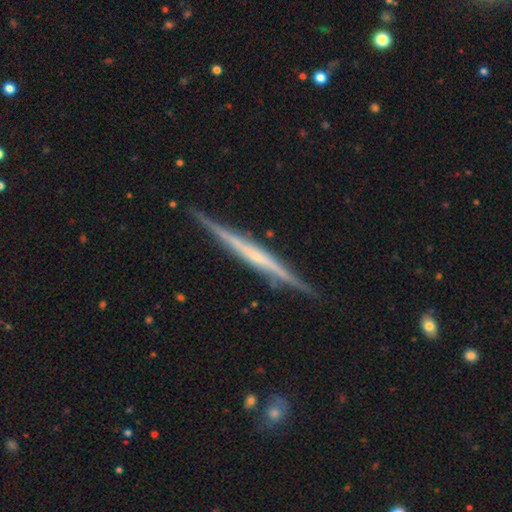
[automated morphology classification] Q: Smooth or featured?
A: featured or disk (74%); runner-up: smooth (21%)
Q: Edge-on disk?
A: yes (98%); runner-up: no (2%)
Q: Edge-on bulge?
A: none (73%); runner-up: rounded (16%)
Q: Merging?
A: none (88%); runner-up: minor disturbance (9%)